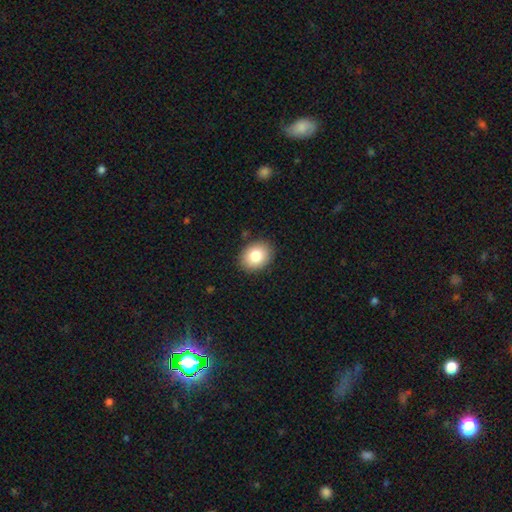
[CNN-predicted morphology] Smooth or featured? smooth (83%)
How rounded? in between (56%)
Merging? none (89%)